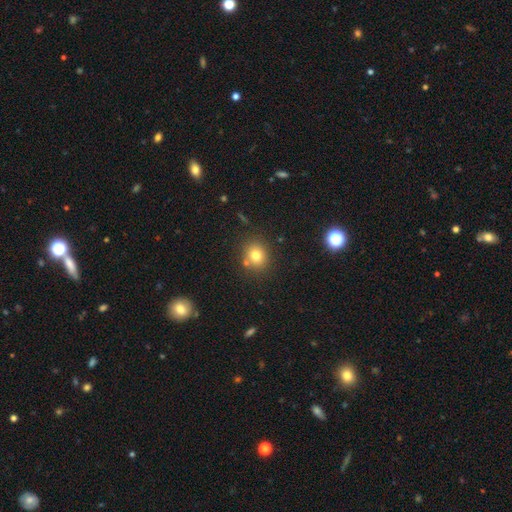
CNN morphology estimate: smooth-or-featured: smooth: 77% | star or artifact: 14% | featured or disk: 10%
  how-rounded: round: 77% | in between: 22% | cigar-shaped: 1%
  merging: none: 77% | minor disturbance: 10% | merger: 10% | major disturbance: 3%